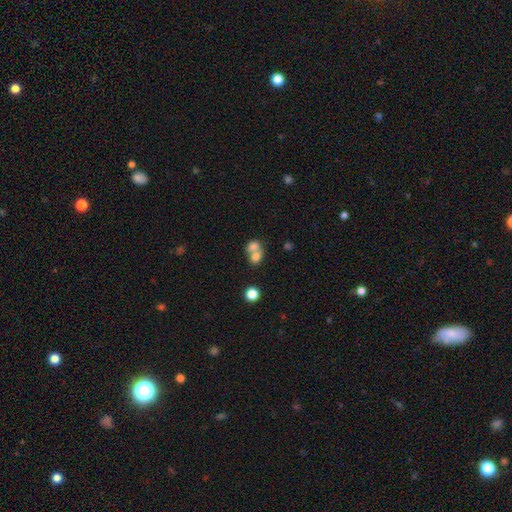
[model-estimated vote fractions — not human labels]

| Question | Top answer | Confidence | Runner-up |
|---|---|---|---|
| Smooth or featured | smooth | 72% | featured or disk (17%) |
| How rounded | in between | 53% | round (46%) |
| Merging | merger | 69% | none (21%) |